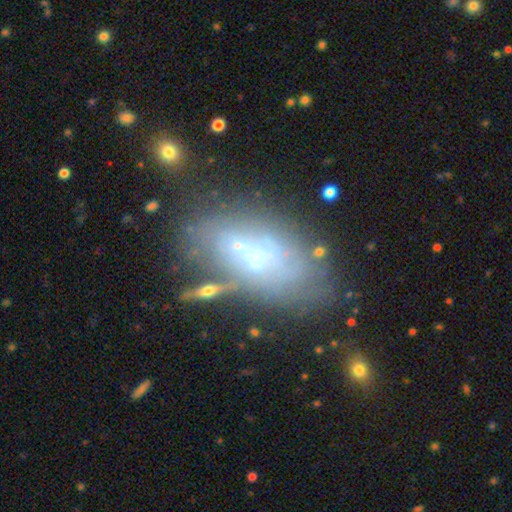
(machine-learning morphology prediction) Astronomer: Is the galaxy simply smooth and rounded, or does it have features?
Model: featured or disk — 52% (runner-up: smooth, 36%).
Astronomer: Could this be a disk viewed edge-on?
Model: no — 86%.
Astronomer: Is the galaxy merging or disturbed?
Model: none — 53%.